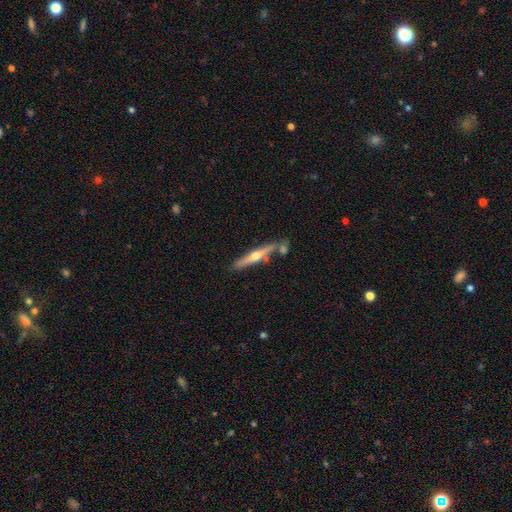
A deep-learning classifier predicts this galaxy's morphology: featured or disk 67%, smooth 27%, star or artifact 5%. Down the decision tree: edge-on disk — yes (96%); edge-on bulge — rounded (92%); merging — none (73%).